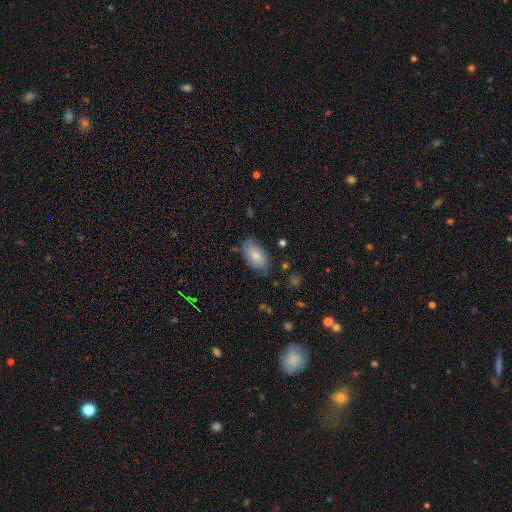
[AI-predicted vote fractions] smooth-or-featured: smooth: 77% | featured or disk: 16% | star or artifact: 6%
  how-rounded: in between: 94% | round: 4% | cigar-shaped: 2%
  merging: none: 70% | minor disturbance: 23% | major disturbance: 5% | merger: 2%